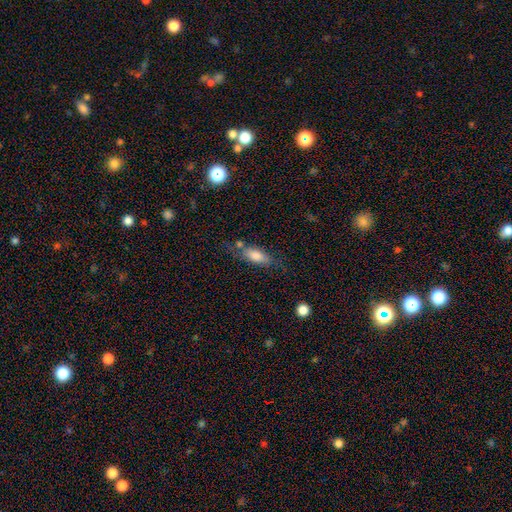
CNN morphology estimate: Q: Smooth or featured?
A: smooth (72%); runner-up: featured or disk (20%)
Q: How rounded?
A: in between (67%); runner-up: cigar-shaped (30%)
Q: Merging?
A: none (60%); runner-up: minor disturbance (22%)